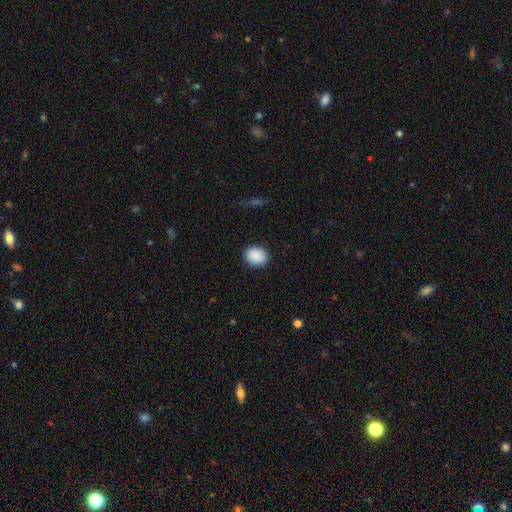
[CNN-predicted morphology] Overall: smooth (90%). How rounded: round (60%; in between 39%). Merging: none (90%).